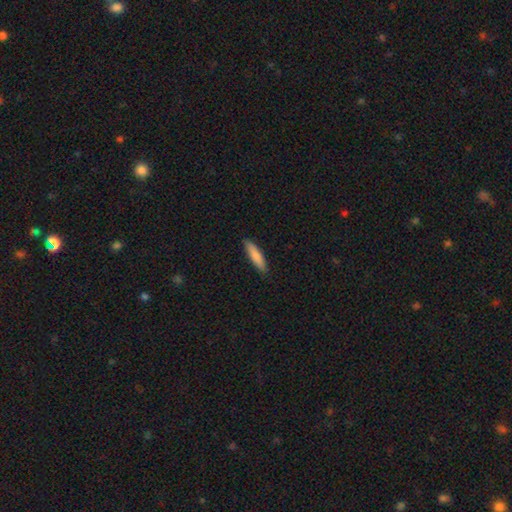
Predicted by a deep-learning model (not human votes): Morphology: type=smooth (85%); roundness=cigar-shaped (78%); merging=none (89%).